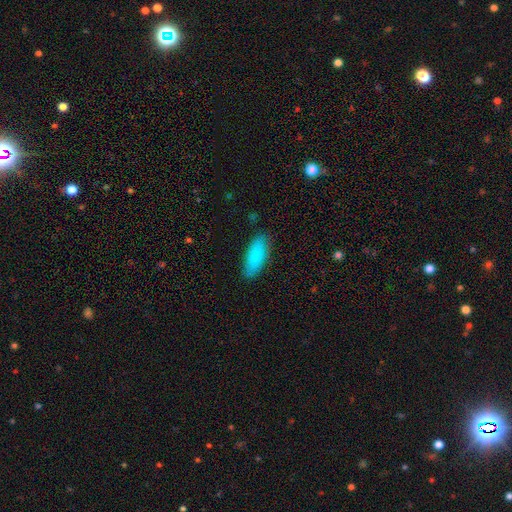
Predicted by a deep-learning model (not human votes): This appears to be a smooth galaxy with no disk features (87%) that is in between round and cigar-shaped (80%). Merging: none (83%).